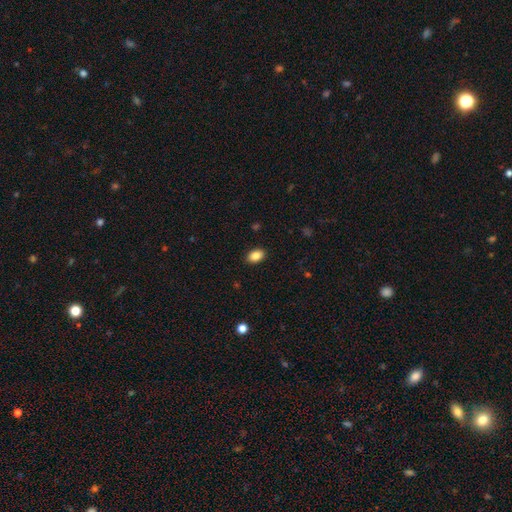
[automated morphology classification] Smooth or featured? smooth (87%)
How rounded? in between (85%)
Merging? none (89%)